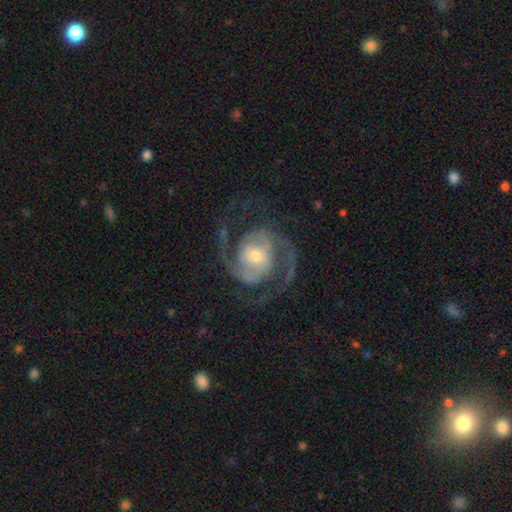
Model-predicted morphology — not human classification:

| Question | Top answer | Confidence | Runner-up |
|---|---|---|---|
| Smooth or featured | featured or disk | 90% | smooth (5%) |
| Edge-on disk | no | 98% | yes (2%) |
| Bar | no | 51% | weak (33%) |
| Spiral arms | yes | 97% | no (3%) |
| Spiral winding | medium | 59% | tight (24%) |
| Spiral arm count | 2 | 89% | 3 (4%) |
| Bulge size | small | 62% | moderate (30%) |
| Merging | none | 73% | major disturbance (13%) |